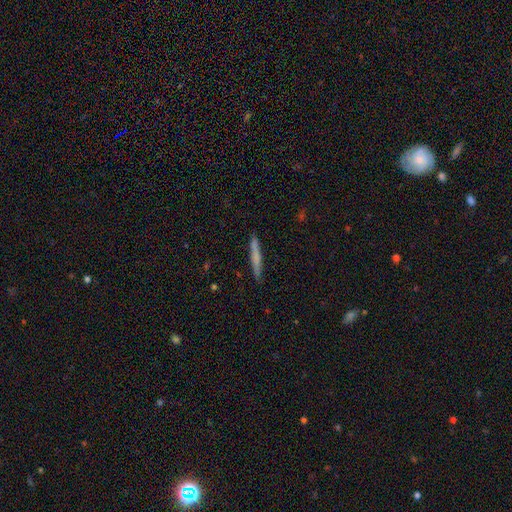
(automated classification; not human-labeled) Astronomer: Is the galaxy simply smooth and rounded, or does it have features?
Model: smooth — 61%.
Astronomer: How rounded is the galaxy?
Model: cigar-shaped — 96%.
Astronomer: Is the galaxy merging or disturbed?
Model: none — 90%.